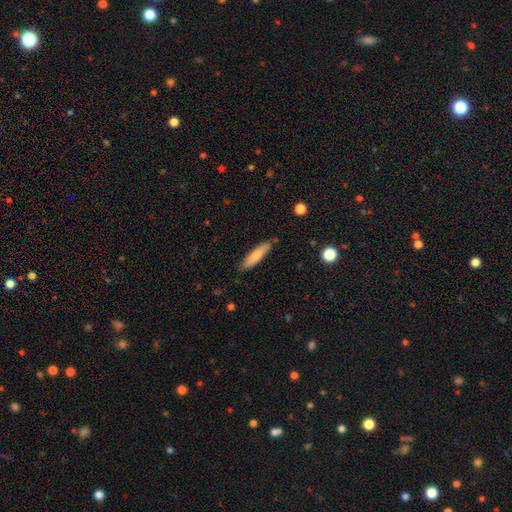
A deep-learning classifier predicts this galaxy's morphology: This is likely a smooth galaxy (78%). How rounded: likely cigar-shaped (79%). Merging: clearly none (84%).